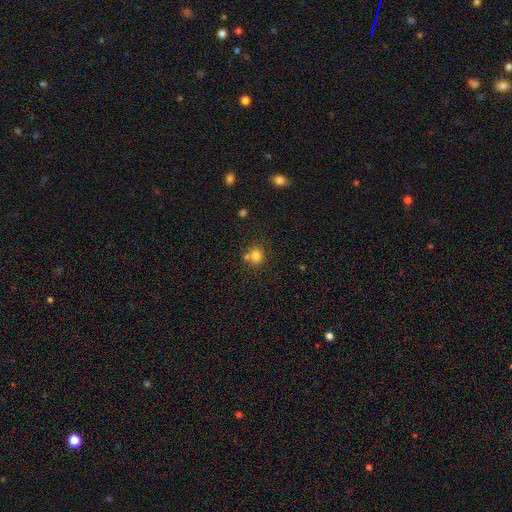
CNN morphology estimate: Smooth or featured?
  - smooth: 79% *
  - star or artifact: 12%
  - featured or disk: 9%
How rounded?
  - round: 80% *
  - in between: 19%
  - cigar-shaped: 1%
Merging?
  - none: 56% *
  - merger: 29%
  - minor disturbance: 11%
  - major disturbance: 4%